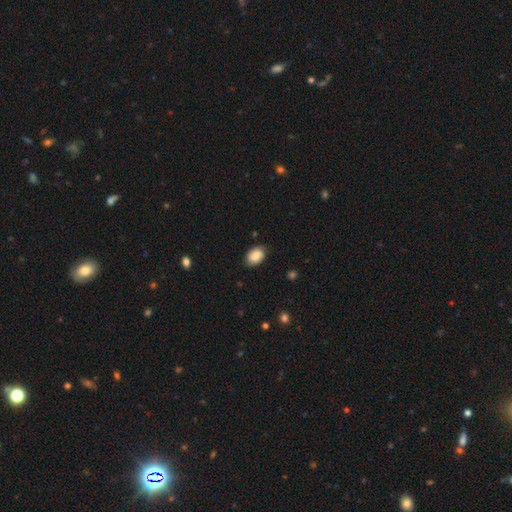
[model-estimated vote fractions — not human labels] Smooth or featured?
  - smooth: 77% *
  - featured or disk: 16%
  - star or artifact: 7%
How rounded?
  - in between: 86% *
  - round: 13%
  - cigar-shaped: 1%
Merging?
  - none: 83% *
  - minor disturbance: 14%
  - major disturbance: 3%
  - merger: 1%